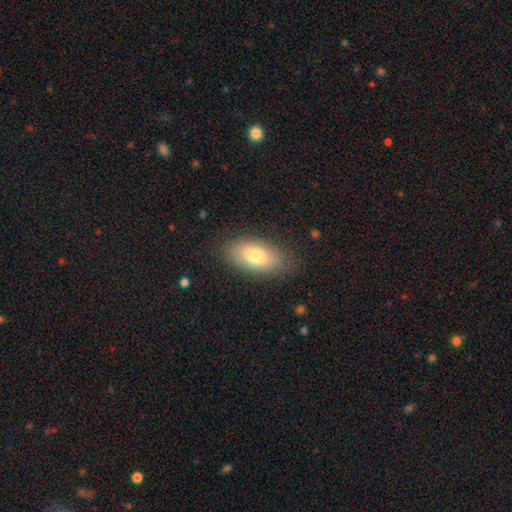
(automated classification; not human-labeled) Smooth or featured? Predicted: smooth (p=0.77). How rounded? Predicted: in between (p=0.92). Merging? Predicted: none (p=0.82).